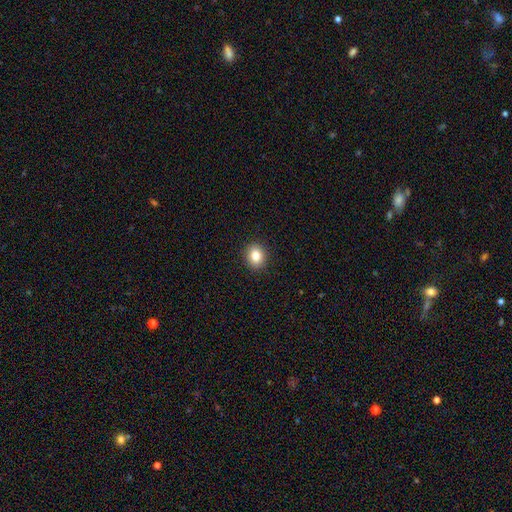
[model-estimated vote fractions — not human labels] smooth_or_featured: smooth (p=0.82) [alt: star or artifact p=0.10]
how_rounded: round (p=0.66) [alt: in between p=0.33]
merging: none (p=0.92) [alt: minor disturbance p=0.06]